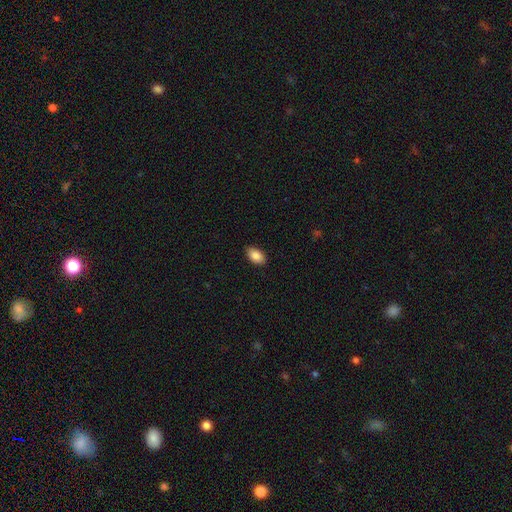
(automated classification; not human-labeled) smooth 87%, star or artifact 7%, featured or disk 5%. Down the decision tree: how rounded — in between (92%); merging — none (88%).